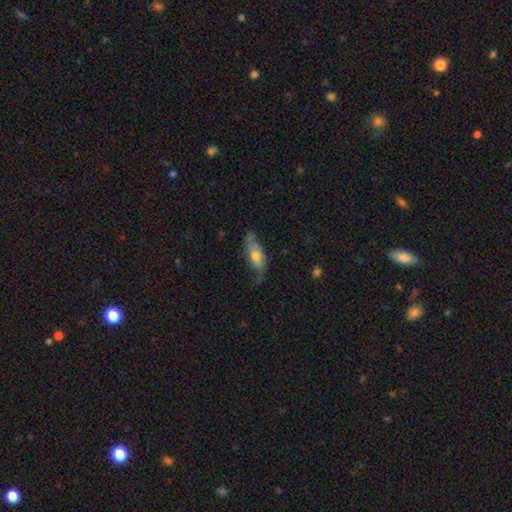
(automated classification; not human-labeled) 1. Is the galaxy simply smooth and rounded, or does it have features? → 49% smooth, 44% featured or disk, 7% star or artifact.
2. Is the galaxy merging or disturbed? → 53% none, 31% minor disturbance, 14% major disturbance, 2% merger.